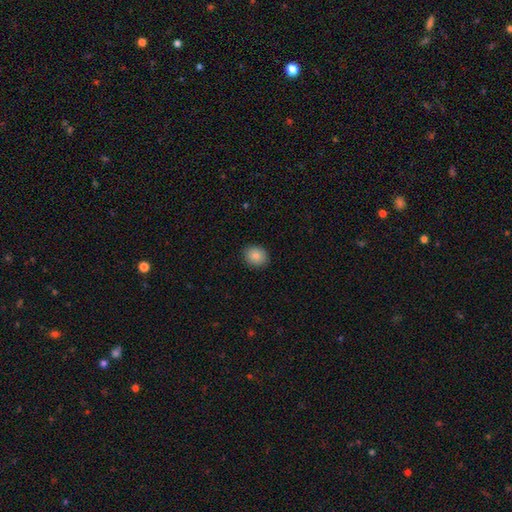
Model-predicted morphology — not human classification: smooth 87%, star or artifact 8%, featured or disk 5%. Down the decision tree: how rounded — round (66%); merging — none (89%).